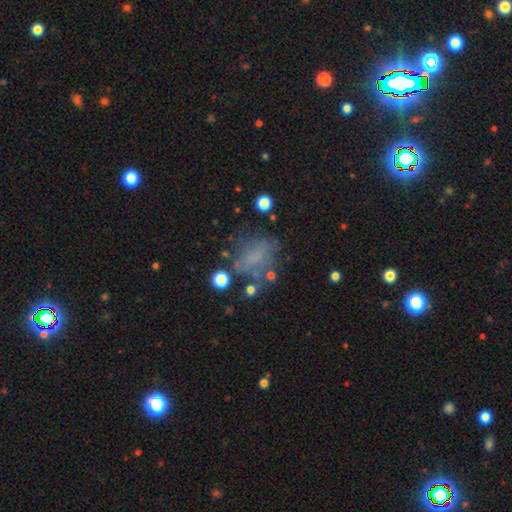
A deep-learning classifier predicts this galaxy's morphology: type=smooth (47%); merging=none (45%).